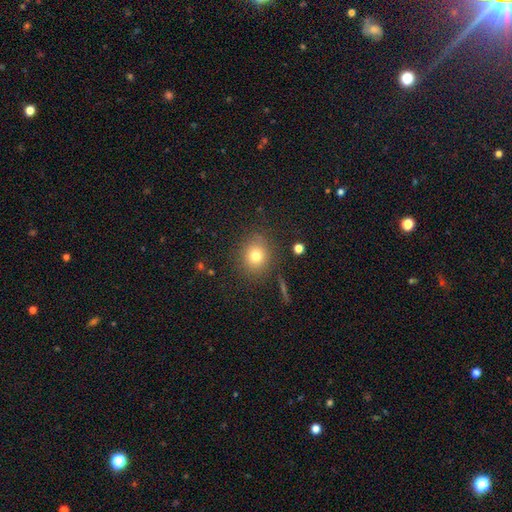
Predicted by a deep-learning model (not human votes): The model was most divided on "how rounded": round: 72%, in between: 27%, cigar-shaped: 1%. More confident: merging — none (84%); smooth or featured — smooth (77%).